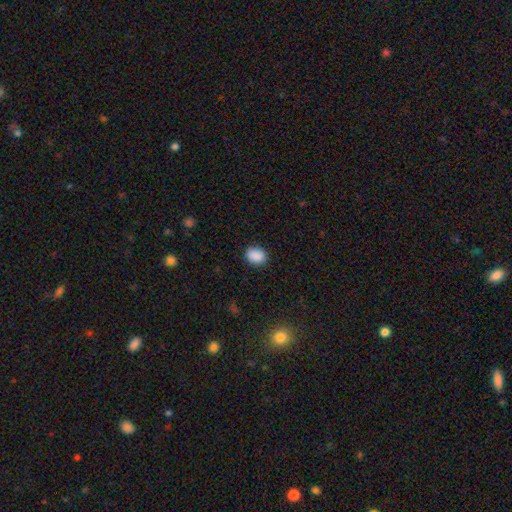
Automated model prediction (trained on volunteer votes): Q: Smooth or featured?
A: smooth (89%); runner-up: star or artifact (8%)
Q: How rounded?
A: in between (66%); runner-up: round (33%)
Q: Merging?
A: none (87%); runner-up: minor disturbance (10%)